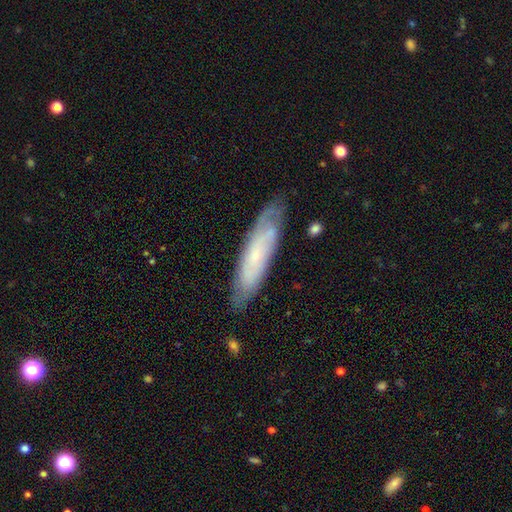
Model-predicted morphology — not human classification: A featured or disk galaxy (57%). Merging: none (75%).